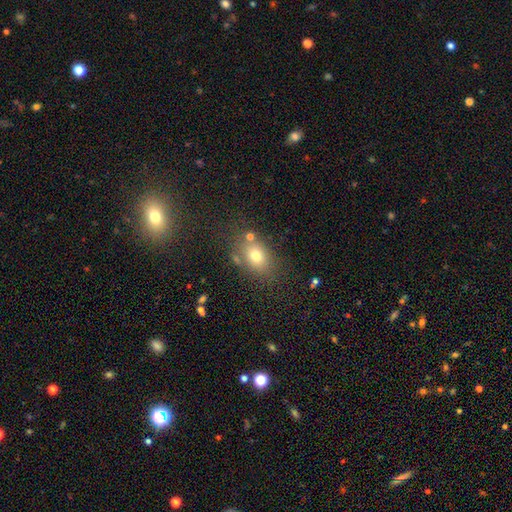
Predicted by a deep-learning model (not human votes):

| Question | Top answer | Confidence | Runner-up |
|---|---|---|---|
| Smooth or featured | smooth | 73% | featured or disk (13%) |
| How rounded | in between | 68% | round (31%) |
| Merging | none | 71% | minor disturbance (14%) |